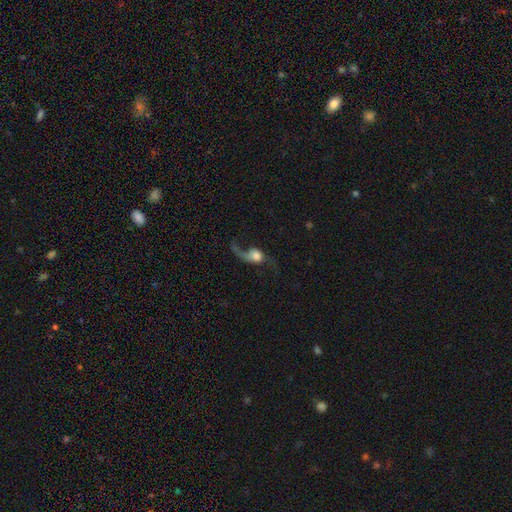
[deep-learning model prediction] This appears to be a featured or disk galaxy (63%) with no bar (73%), 2 (65%) loose (91%) spiral arms (88%) and a large central bulge (36%). Merging: none (42%).